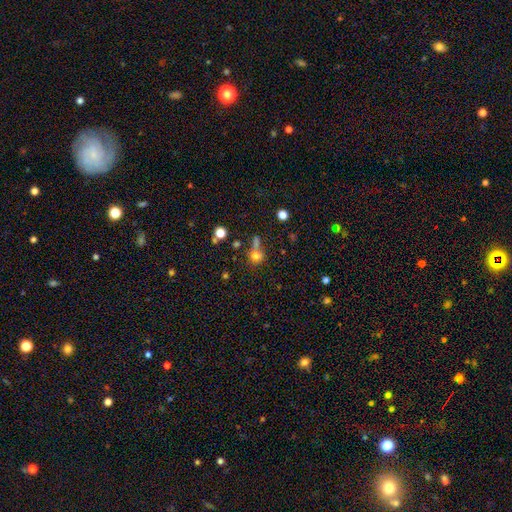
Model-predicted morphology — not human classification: smooth 75%, star or artifact 15%, featured or disk 10%. Down the decision tree: how rounded — round (83%); merging — none (50%).